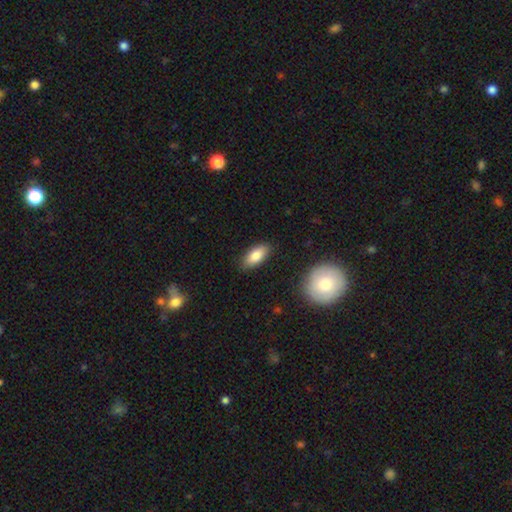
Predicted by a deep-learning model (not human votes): Morphology: type=smooth (82%); roundness=in between (85%); merging=none (86%).